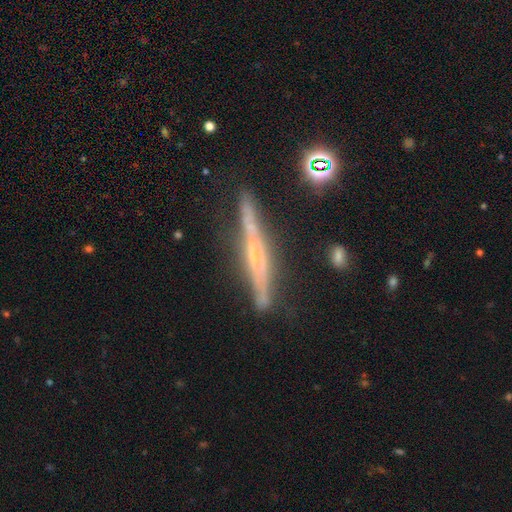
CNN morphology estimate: This is likely a featured or disk galaxy (78%). It is clearly viewed edge-on (95%). Edge-on bulge: likely rounded (61%). Merging: likely none (80%).